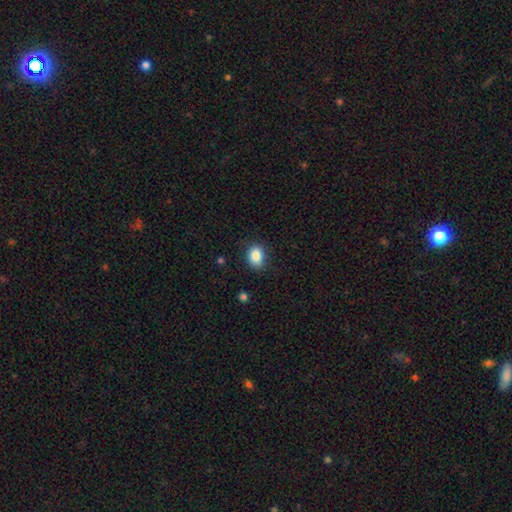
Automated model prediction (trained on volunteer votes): A smooth galaxy with no disk features (86%) that is in between round and cigar-shaped (68%).

Vote fractions:
- Smooth or featured? smooth: 86% / star or artifact: 9% / featured or disk: 5%
- How rounded? in between: 68% / round: 31% / cigar-shaped: 1%
- Merging? none: 80% / minor disturbance: 15% / major disturbance: 3% / merger: 1%